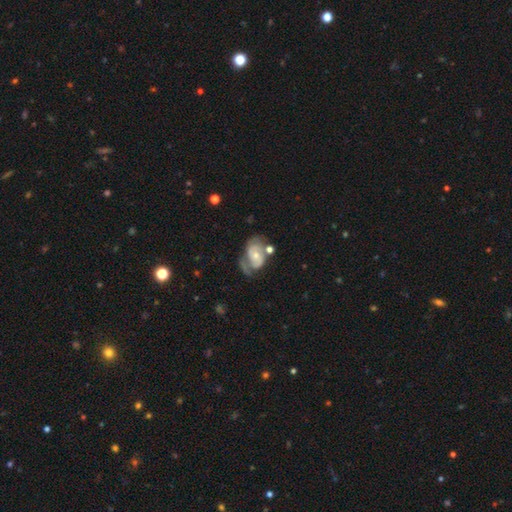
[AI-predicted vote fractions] Morphology: type=featured or disk (68%); edge-on=no (96%); bar=no (65%); spiral arms=yes (75%); bulge=small (52%); merging=none (34%).